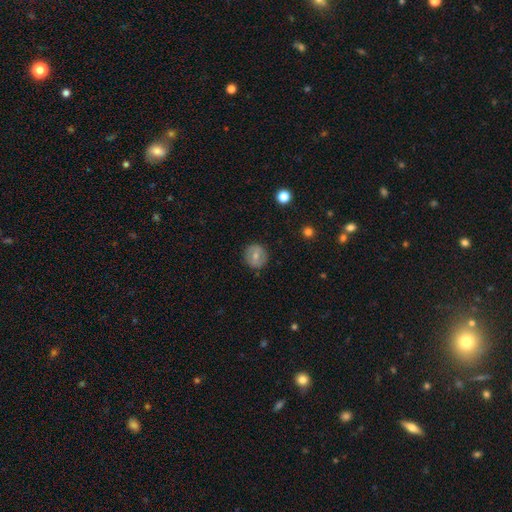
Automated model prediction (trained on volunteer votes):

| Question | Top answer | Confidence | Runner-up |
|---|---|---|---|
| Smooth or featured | smooth | 61% | featured or disk (31%) |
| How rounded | round | 89% | in between (10%) |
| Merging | none | 88% | minor disturbance (9%) |